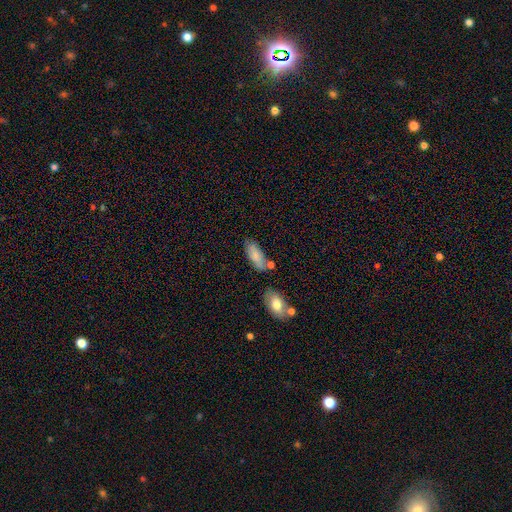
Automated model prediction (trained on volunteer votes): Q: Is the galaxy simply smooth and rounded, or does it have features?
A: smooth — 79%.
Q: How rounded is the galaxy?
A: in between — 77%.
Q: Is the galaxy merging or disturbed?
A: none — 64%.